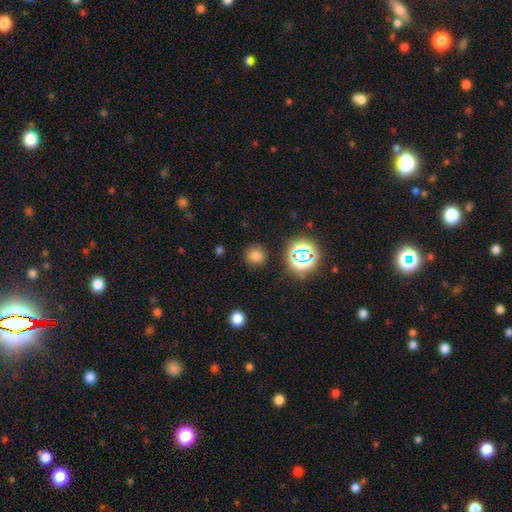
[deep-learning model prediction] Overall: smooth (73%). How rounded: round (89%). Merging: none (87%).